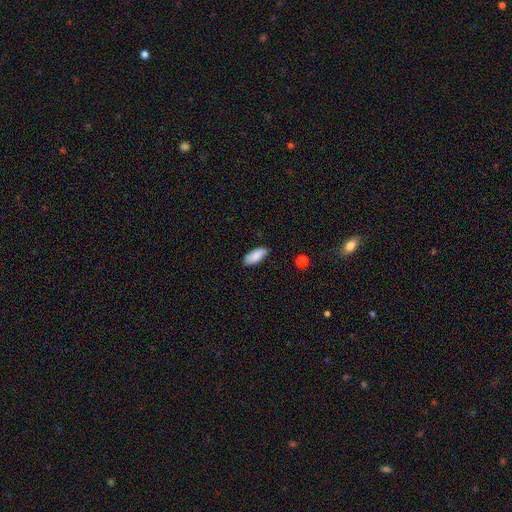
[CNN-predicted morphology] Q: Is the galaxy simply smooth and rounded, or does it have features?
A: smooth — 87%.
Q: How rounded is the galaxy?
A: in between — 85%.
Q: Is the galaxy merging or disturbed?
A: none — 84%.